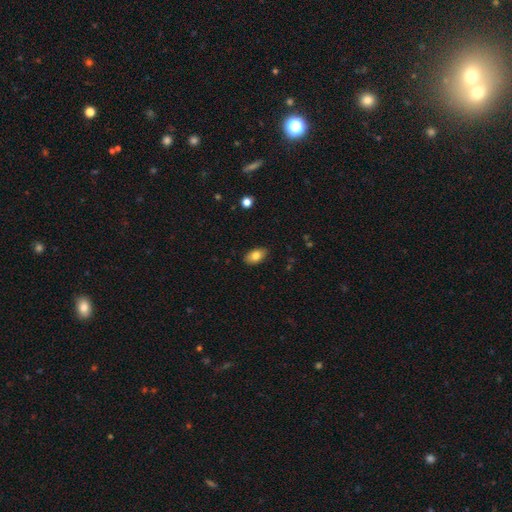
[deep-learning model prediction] Q: Smooth or featured?
A: smooth (81%); runner-up: featured or disk (12%)
Q: How rounded?
A: in between (91%); runner-up: round (7%)
Q: Merging?
A: none (87%); runner-up: minor disturbance (10%)